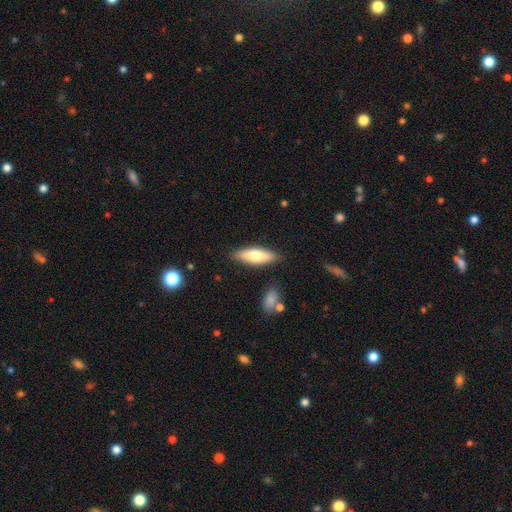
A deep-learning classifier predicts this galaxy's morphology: This is likely a smooth galaxy (69%). How rounded: possibly in between (54%). Merging: clearly none (85%).